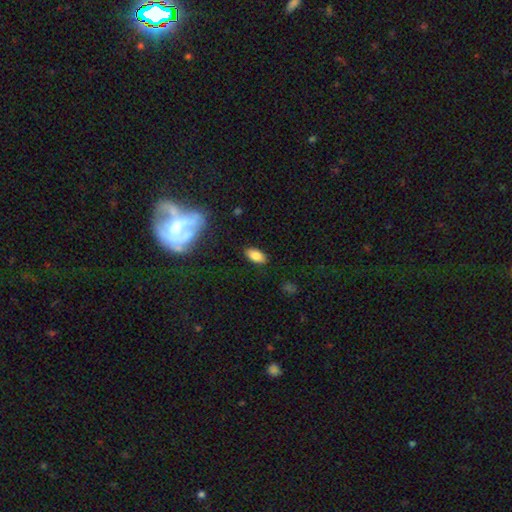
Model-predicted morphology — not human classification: smooth-or-featured: smooth: 81% | featured or disk: 9% | star or artifact: 9%
  how-rounded: in between: 91% | cigar-shaped: 6% | round: 3%
  merging: none: 86% | minor disturbance: 10% | major disturbance: 2% | merger: 1%